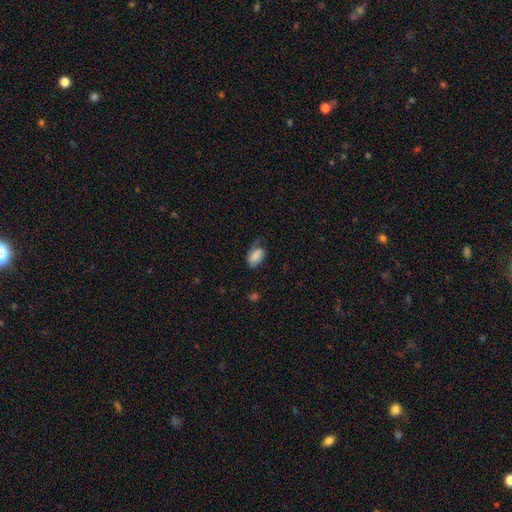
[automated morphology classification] Smooth or featured? Predicted: smooth (p=0.82). How rounded? Predicted: in between (p=0.93). Merging? Predicted: none (p=0.46).